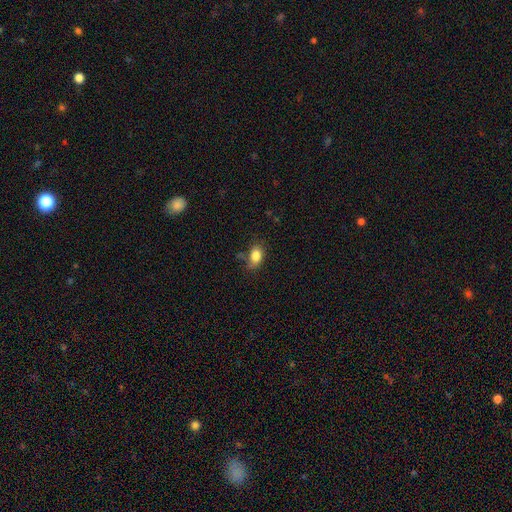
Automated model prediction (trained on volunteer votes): smooth 84%, star or artifact 9%, featured or disk 7%. Down the decision tree: how rounded — in between (77%); merging — none (65%).